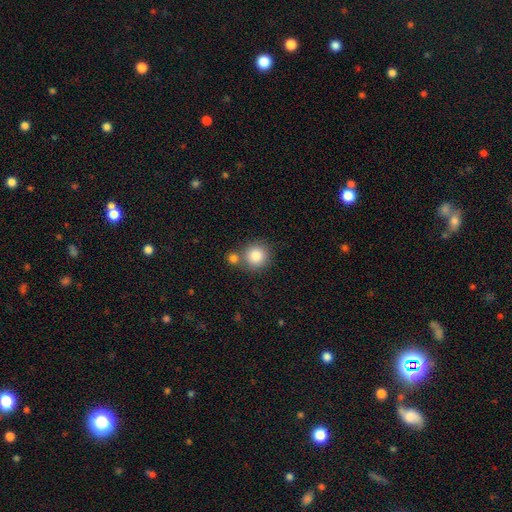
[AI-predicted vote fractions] The model was most divided on "merging": none: 63%, merger: 25%, minor disturbance: 9%, major disturbance: 3%. More confident: how rounded — round (92%); smooth or featured — smooth (84%).